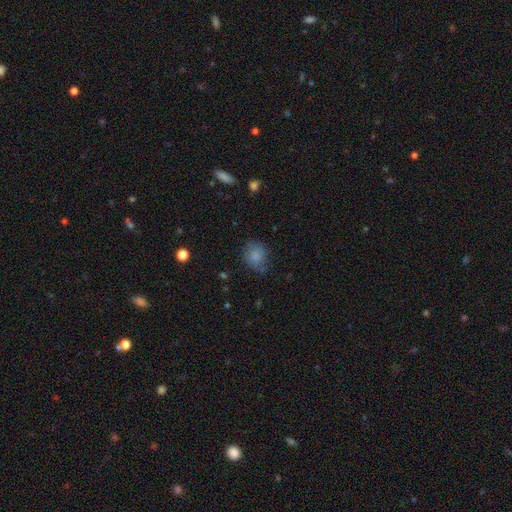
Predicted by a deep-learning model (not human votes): The model was most divided on "how rounded": round: 64%, in between: 35%, cigar-shaped: 1%. More confident: smooth or featured — smooth (82%); merging — none (66%).